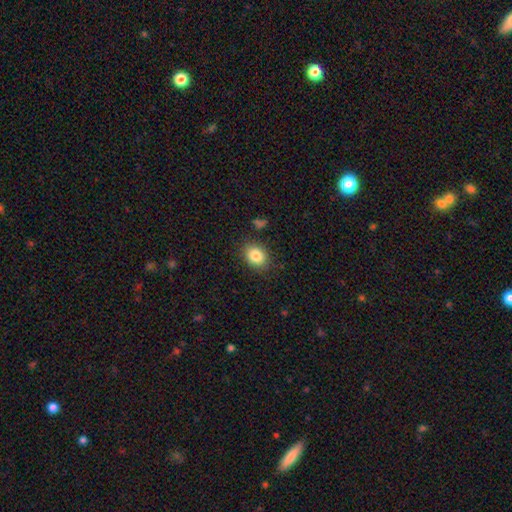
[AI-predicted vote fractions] Smooth or featured: smooth — 84% (star or artifact — 9%)
How rounded: in between — 55% (round — 44%)
Merging: none — 85% (minor disturbance — 10%)